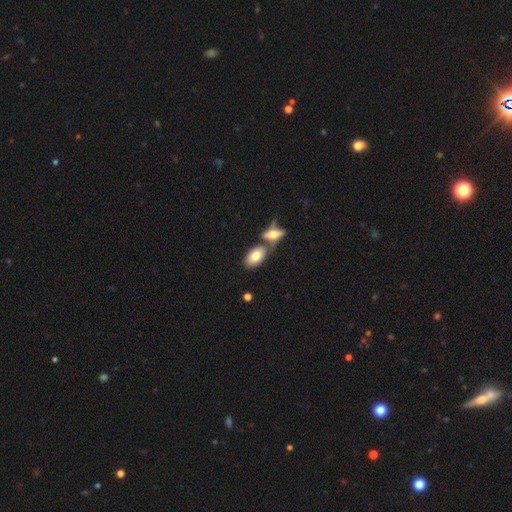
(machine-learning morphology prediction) The model was most divided on "merging": none: 50%, merger: 37%, minor disturbance: 10%, major disturbance: 3%. More confident: how rounded — in between (92%); smooth or featured — smooth (74%).